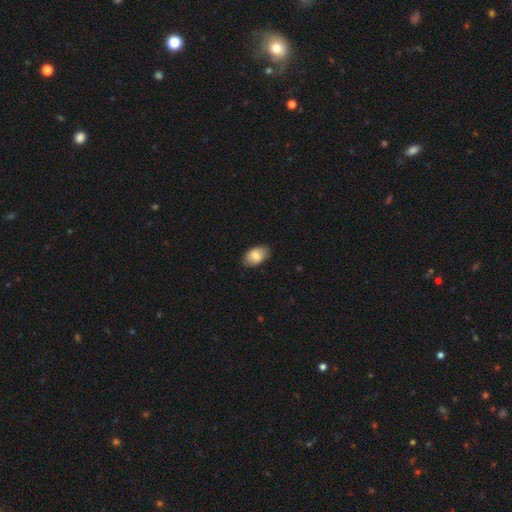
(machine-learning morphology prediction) smooth-or-featured: smooth: 83% | featured or disk: 11% | star or artifact: 6%
  how-rounded: in between: 90% | round: 9% | cigar-shaped: 1%
  merging: none: 82% | minor disturbance: 14% | major disturbance: 2% | merger: 1%